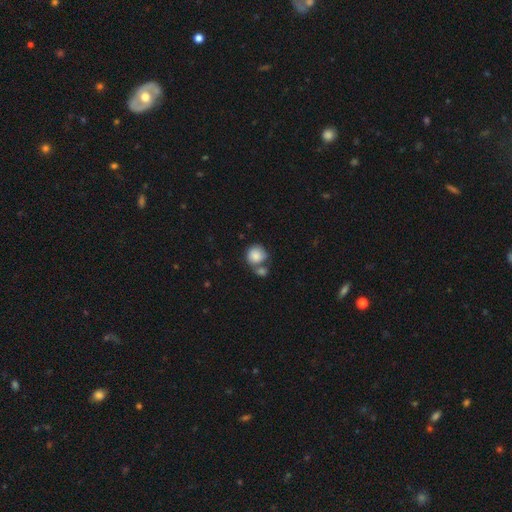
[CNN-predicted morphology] type=smooth (85%); roundness=round (84%); merging=merger (44%).